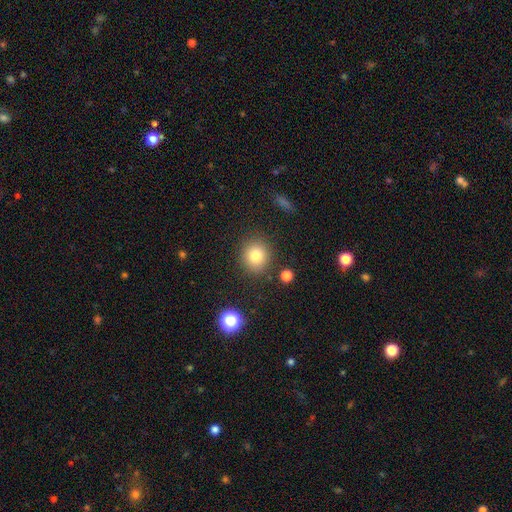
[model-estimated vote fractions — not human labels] smooth_or_featured: smooth (p=0.79) [alt: star or artifact p=0.12]
how_rounded: round (p=0.88) [alt: in between p=0.11]
merging: none (p=0.87) [alt: minor disturbance p=0.08]